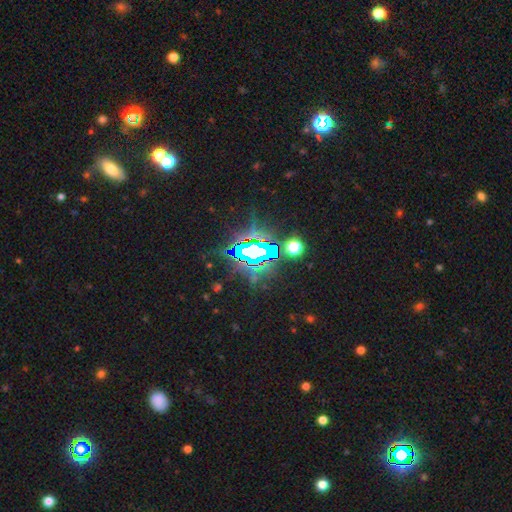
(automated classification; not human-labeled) Smooth or featured? Predicted: star or artifact (p=0.77).